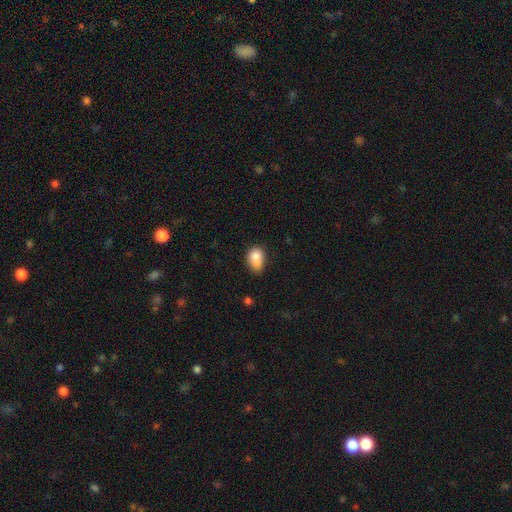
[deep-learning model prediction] Morphology: type=smooth (83%); roundness=in between (78%); merging=none (42%).